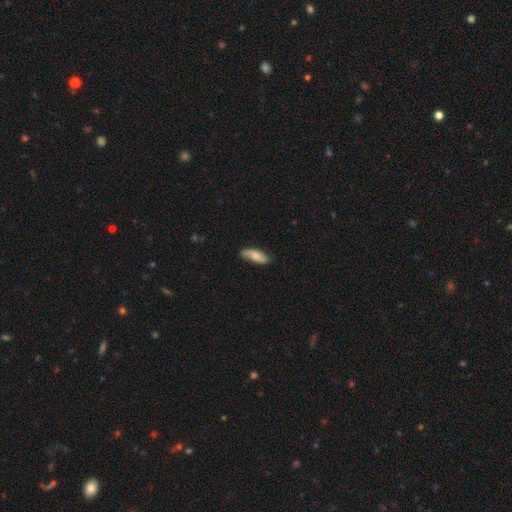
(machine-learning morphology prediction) Overall: smooth (59%; featured or disk 35%). How rounded: in between (70%). Merging: none (72%).